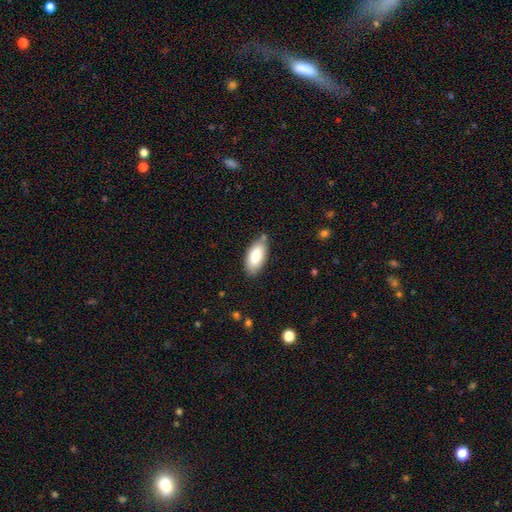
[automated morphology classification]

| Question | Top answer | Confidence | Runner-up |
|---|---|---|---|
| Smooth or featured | smooth | 79% | featured or disk (14%) |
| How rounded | in between | 90% | cigar-shaped (7%) |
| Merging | none | 79% | minor disturbance (15%) |